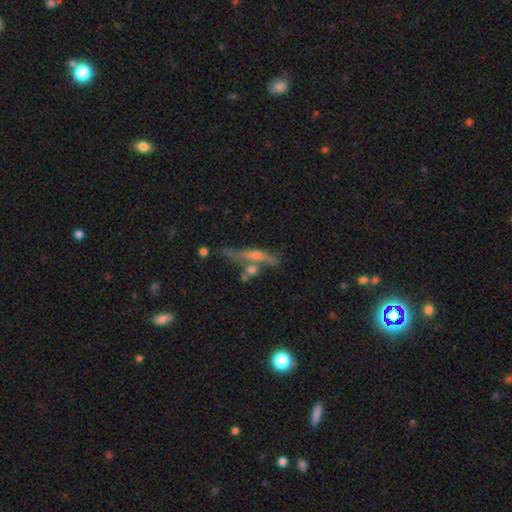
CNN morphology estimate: Overall: featured or disk (61%; smooth 28%). Edge-on disk: yes (85%). Edge-on bulge: rounded (71%). Merging: none (55%; merger 19%).